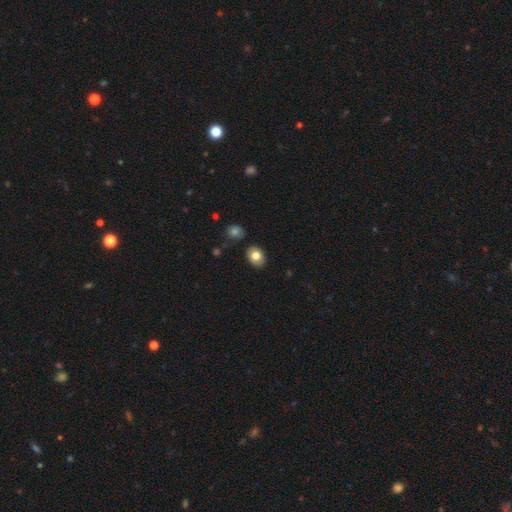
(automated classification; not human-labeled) This is likely a smooth galaxy (79%). How rounded: likely in between (67%). Merging: clearly none (86%).